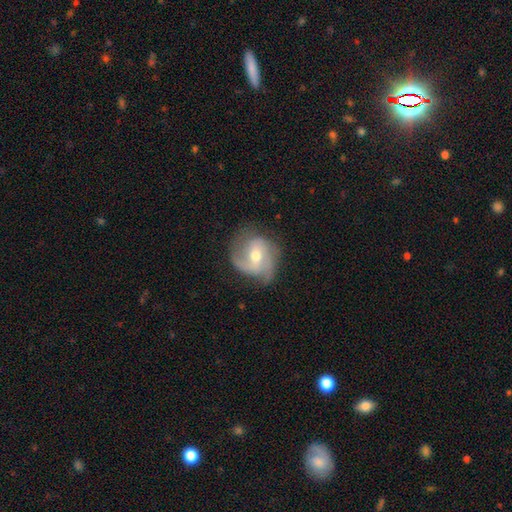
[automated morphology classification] Q: Smooth or featured?
A: featured or disk (79%); runner-up: smooth (14%)
Q: Edge-on disk?
A: no (97%); runner-up: yes (3%)
Q: Bar?
A: no (46%); runner-up: weak (41%)
Q: Spiral arms?
A: yes (95%); runner-up: no (5%)
Q: Spiral winding?
A: medium (49%); runner-up: tight (27%)
Q: Spiral arm count?
A: 2 (42%); runner-up: 3 (33%)
Q: Bulge size?
A: moderate (63%); runner-up: small (32%)
Q: Merging?
A: none (66%); runner-up: minor disturbance (23%)